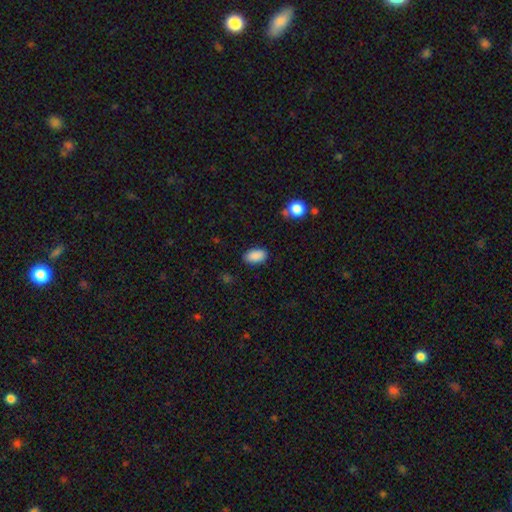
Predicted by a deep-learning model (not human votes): smooth 90%, star or artifact 7%, featured or disk 3%. Down the decision tree: how rounded — in between (93%); merging — none (85%).